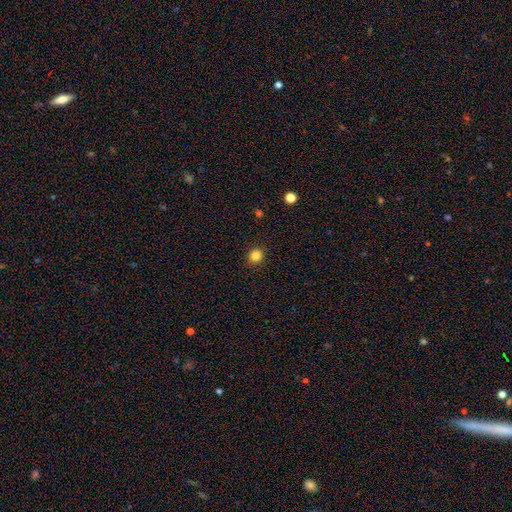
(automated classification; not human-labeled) Smooth or featured? Predicted: smooth (p=0.84). How rounded? Predicted: round (p=0.85). Merging? Predicted: none (p=0.91).